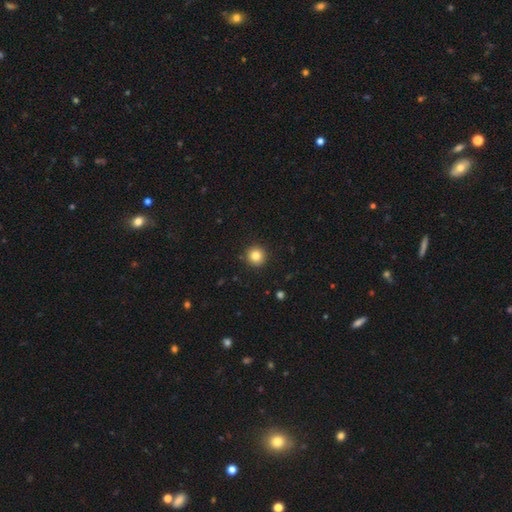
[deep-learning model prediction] Smooth or featured: smooth — 83% (star or artifact — 11%)
How rounded: round — 95% (in between — 4%)
Merging: none — 92% (minor disturbance — 5%)